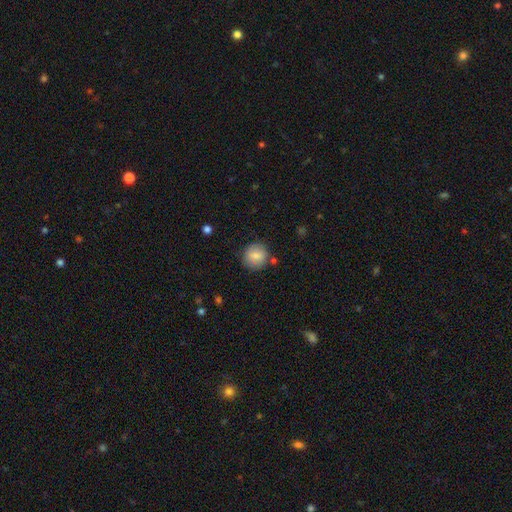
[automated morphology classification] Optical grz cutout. It shows a smooth galaxy with no disk features (81%) that is round (89%). Merging: none (81%).